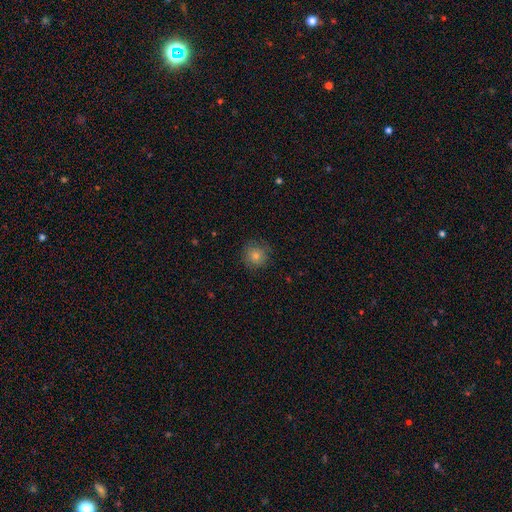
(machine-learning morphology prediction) Smooth or featured? Predicted: smooth (p=0.75). How rounded? Predicted: round (p=0.94). Merging? Predicted: none (p=0.85).